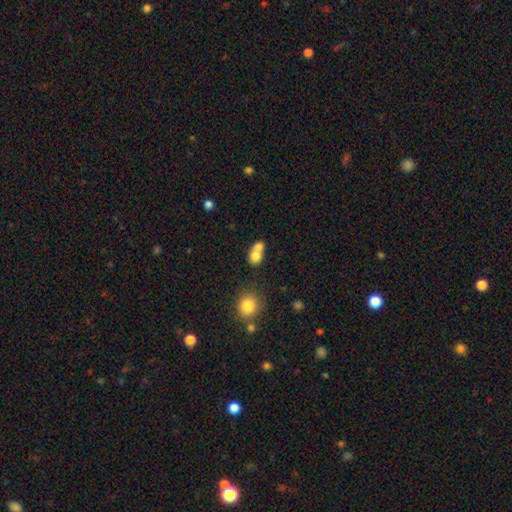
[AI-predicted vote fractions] This appears to be a smooth galaxy with no disk features (76%) that is round (62%). Merging: merger (63%).